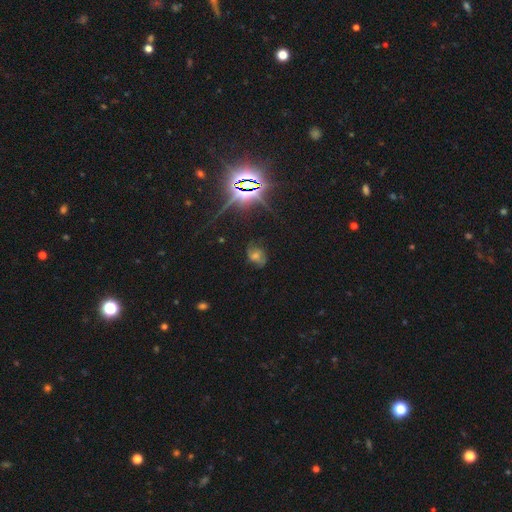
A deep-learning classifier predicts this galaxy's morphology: smooth-or-featured: star or artifact: 49% | featured or disk: 29% | smooth: 22%